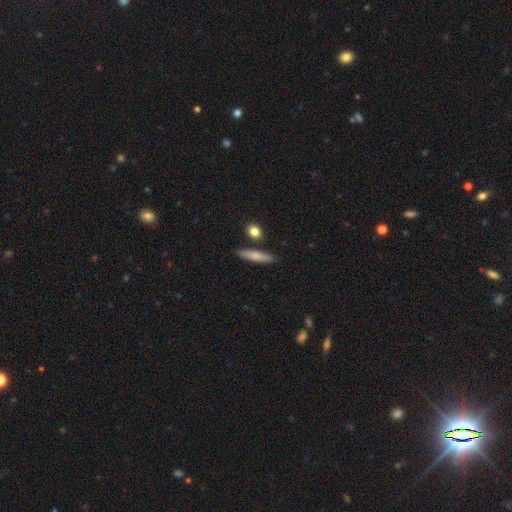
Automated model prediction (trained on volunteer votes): smooth_or_featured: smooth (p=0.75) [alt: featured or disk p=0.19]
how_rounded: cigar-shaped (p=0.84) [alt: in between p=0.13]
merging: none (p=0.84) [alt: minor disturbance p=0.10]